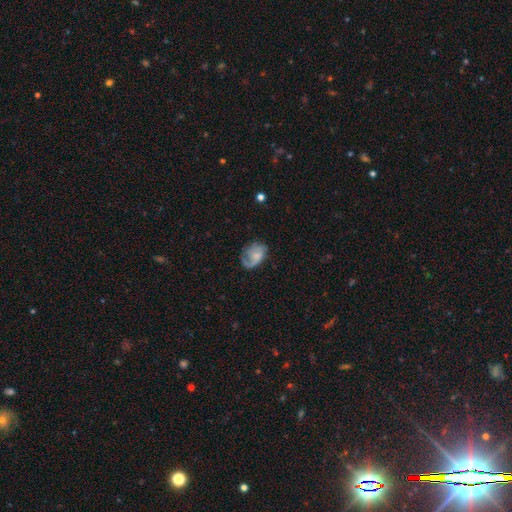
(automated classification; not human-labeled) Smooth or featured? featured or disk (49%)
Merging? none (46%)